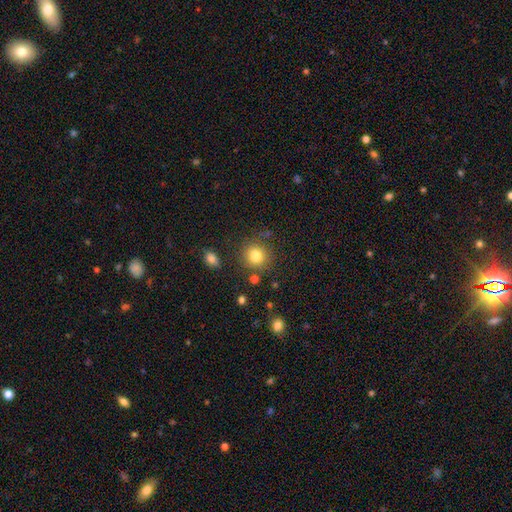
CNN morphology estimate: This is clearly a smooth galaxy (81%). How rounded: clearly round (90%). Merging: clearly none (82%).